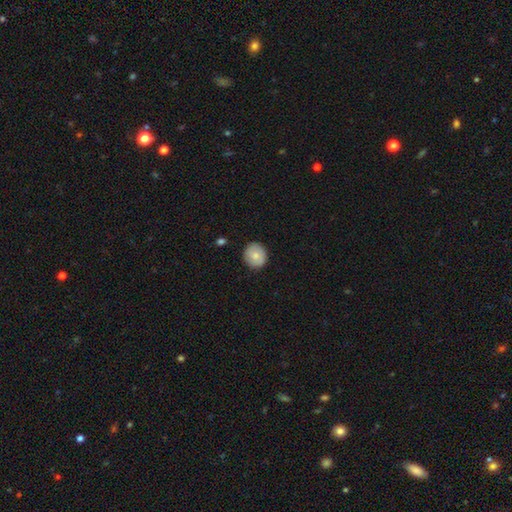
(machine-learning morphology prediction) This appears to be a smooth galaxy with no disk features (77%) that is round (80%). Merging: none (86%).